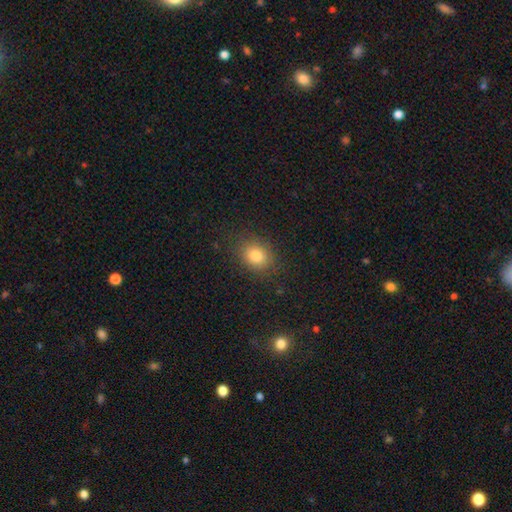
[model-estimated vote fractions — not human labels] A smooth galaxy with no disk features (81%) that is round (52%).

Vote fractions:
- Smooth or featured? smooth: 81% / star or artifact: 12% / featured or disk: 7%
- How rounded? round: 52% / in between: 47% / cigar-shaped: 1%
- Merging? none: 85% / minor disturbance: 10% / major disturbance: 4% / merger: 1%